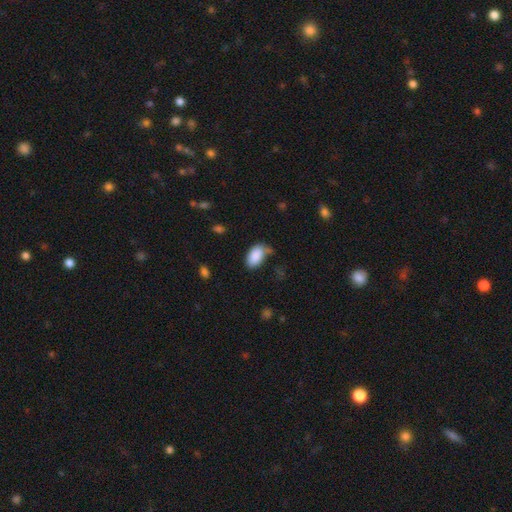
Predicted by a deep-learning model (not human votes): A smooth galaxy with no disk features (88%) that is in between round and cigar-shaped (94%). Merging: none (58%).